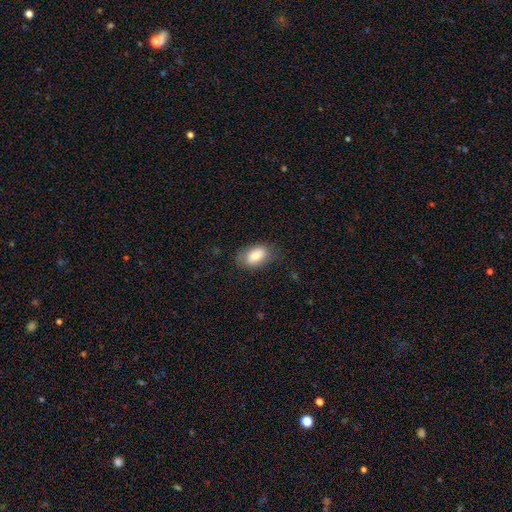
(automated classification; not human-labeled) A smooth galaxy with no disk features (79%) that is in between round and cigar-shaped (91%).

Vote fractions:
- Smooth or featured? smooth: 79% / featured or disk: 14% / star or artifact: 7%
- How rounded? in between: 91% / round: 7% / cigar-shaped: 2%
- Merging? none: 73% / minor disturbance: 19% / major disturbance: 6% / merger: 1%